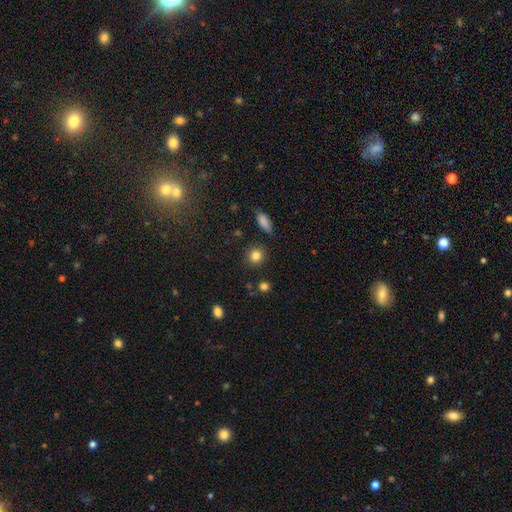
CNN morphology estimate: type=smooth (83%); roundness=round (86%); merging=none (87%).